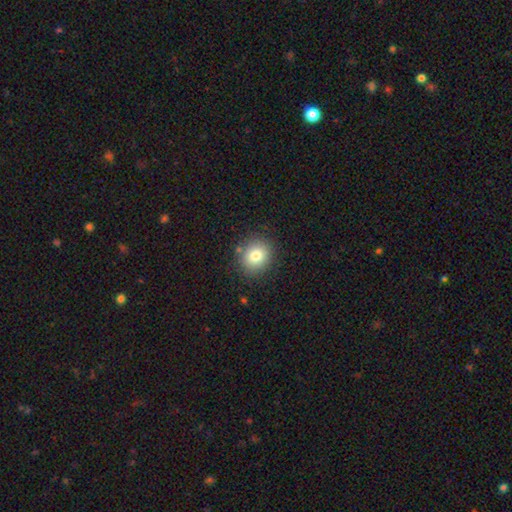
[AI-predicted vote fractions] This appears to be a smooth galaxy with no disk features (81%) that is round (78%). Merging: none (86%).